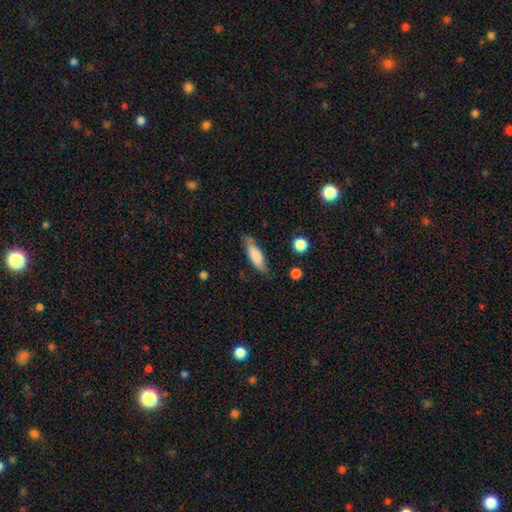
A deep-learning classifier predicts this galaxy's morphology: A smooth galaxy with no disk features (72%) that is in between round and cigar-shaped (52%). Merging: none (74%).